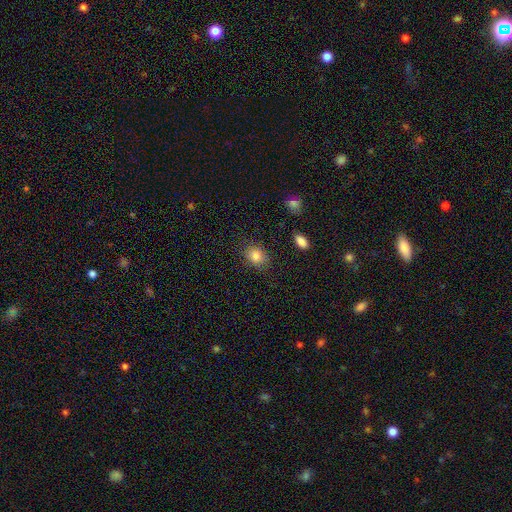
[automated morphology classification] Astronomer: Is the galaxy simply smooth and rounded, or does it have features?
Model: smooth — 84%.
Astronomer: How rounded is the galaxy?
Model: in between — 55% (runner-up: round, 44%).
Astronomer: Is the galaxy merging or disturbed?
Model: none — 80%.